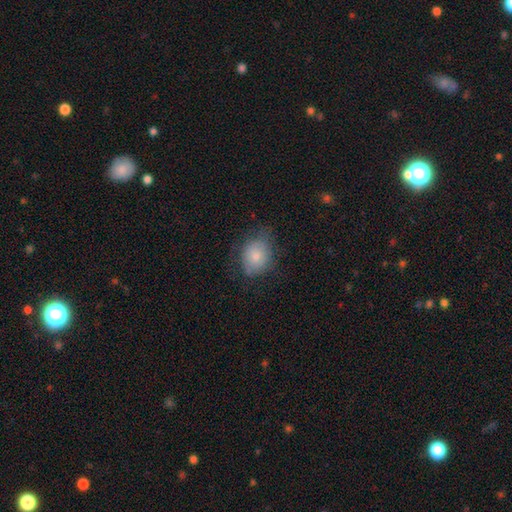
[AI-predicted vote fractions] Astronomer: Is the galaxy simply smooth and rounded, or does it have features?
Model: smooth — 80%.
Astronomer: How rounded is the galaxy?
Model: in between — 59% (runner-up: round, 40%).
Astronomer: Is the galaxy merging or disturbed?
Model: none — 65%.